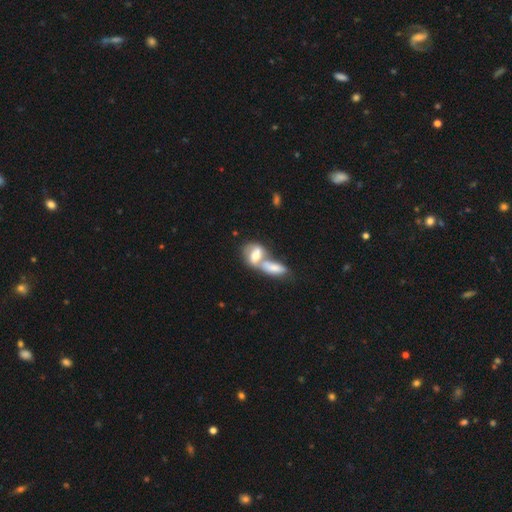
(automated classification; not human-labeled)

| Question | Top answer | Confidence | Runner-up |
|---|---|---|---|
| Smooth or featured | smooth | 56% | featured or disk (36%) |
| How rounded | in between | 78% | round (14%) |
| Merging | merger | 74% | none (15%) |